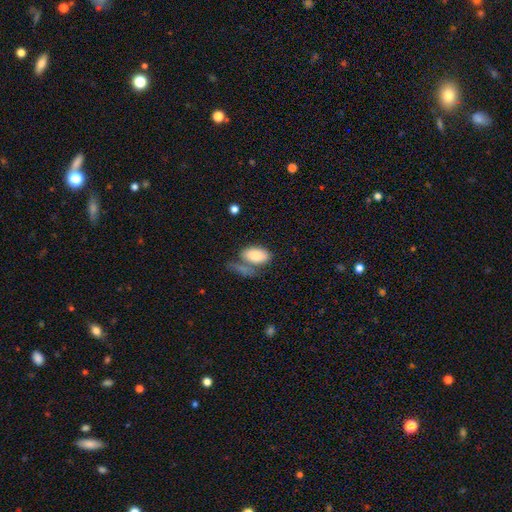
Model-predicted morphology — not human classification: This appears to be a smooth galaxy with no disk features (82%) that is in between round and cigar-shaped (93%). Merging: none (42%).